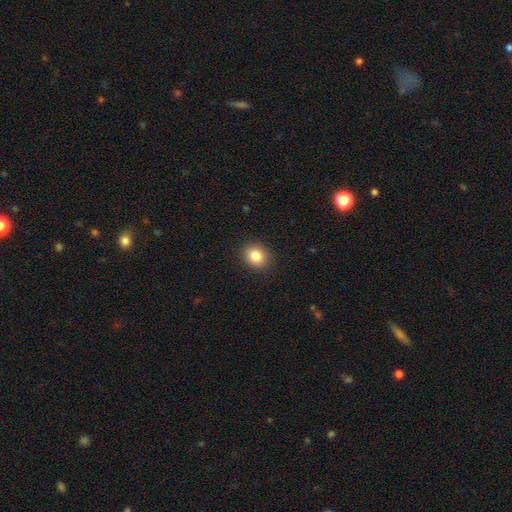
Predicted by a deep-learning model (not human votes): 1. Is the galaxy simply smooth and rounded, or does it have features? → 84% smooth, 9% star or artifact, 6% featured or disk.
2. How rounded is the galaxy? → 64% round, 35% in between, 1% cigar-shaped.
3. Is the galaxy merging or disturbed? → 90% none, 7% minor disturbance, 2% major disturbance, 1% merger.